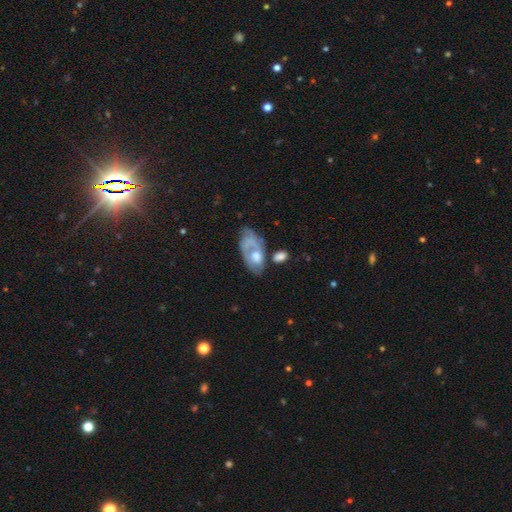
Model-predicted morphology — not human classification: smooth-or-featured: featured or disk: 53% | smooth: 39% | star or artifact: 8%
  disk-edge-on: no: 92% | yes: 8%
  merging: none: 35% | minor disturbance: 25% | major disturbance: 21% | merger: 19%